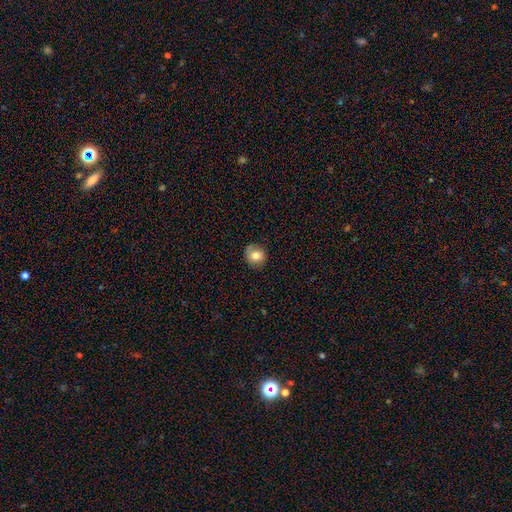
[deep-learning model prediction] Smooth or featured: smooth — 76% (featured or disk — 14%)
How rounded: round — 85% (in between — 14%)
Merging: none — 79% (minor disturbance — 16%)